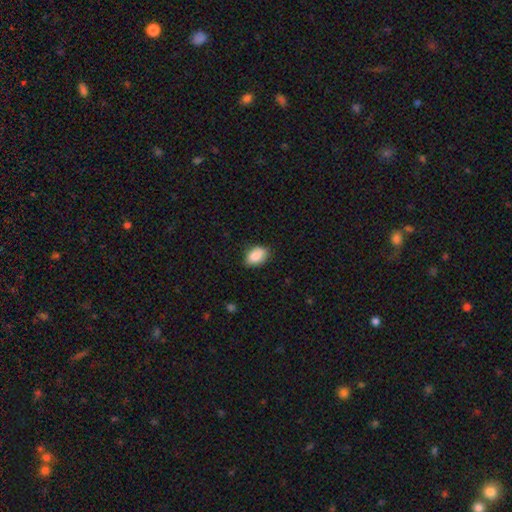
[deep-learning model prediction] This appears to be a smooth galaxy with no disk features (87%) that is in between round and cigar-shaped (86%). Merging: none (79%).